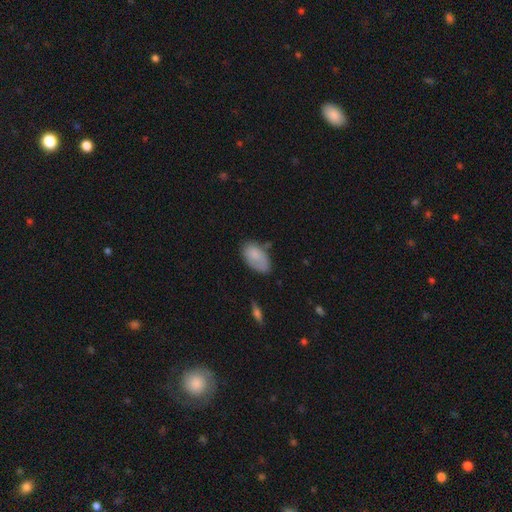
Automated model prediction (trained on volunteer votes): smooth-or-featured: smooth: 80% | featured or disk: 13% | star or artifact: 7%
  how-rounded: in between: 94% | round: 4% | cigar-shaped: 2%
  merging: none: 61% | minor disturbance: 28% | major disturbance: 7% | merger: 5%